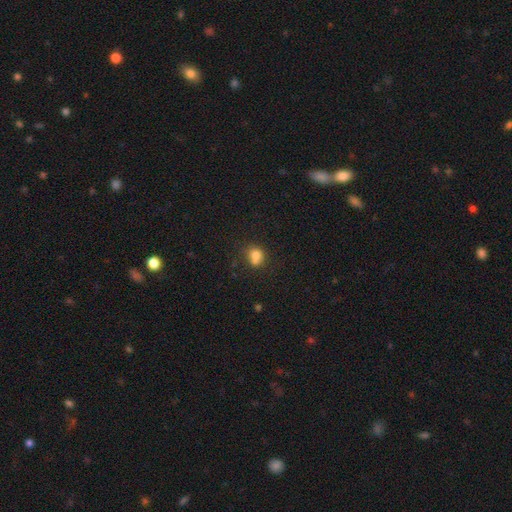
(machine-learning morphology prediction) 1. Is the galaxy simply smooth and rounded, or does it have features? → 74% smooth, 14% featured or disk, 12% star or artifact.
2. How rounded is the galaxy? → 71% round, 28% in between, 1% cigar-shaped.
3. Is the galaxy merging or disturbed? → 41% none, 40% merger, 13% minor disturbance, 6% major disturbance.